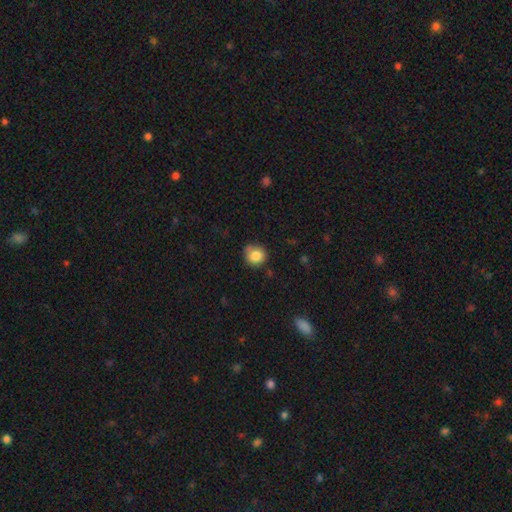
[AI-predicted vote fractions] Morphology: type=smooth (84%); roundness=round (89%); merging=none (72%).